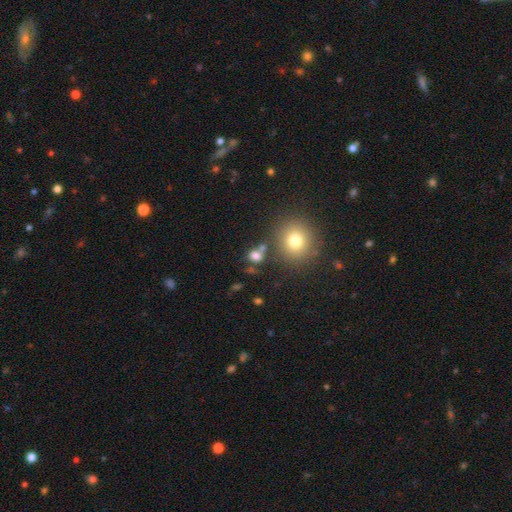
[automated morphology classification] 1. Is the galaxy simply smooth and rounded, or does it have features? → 75% smooth, 16% star or artifact, 9% featured or disk.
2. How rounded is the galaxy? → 64% round, 34% in between, 2% cigar-shaped.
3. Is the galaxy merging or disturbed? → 59% none, 23% merger, 12% minor disturbance, 6% major disturbance.